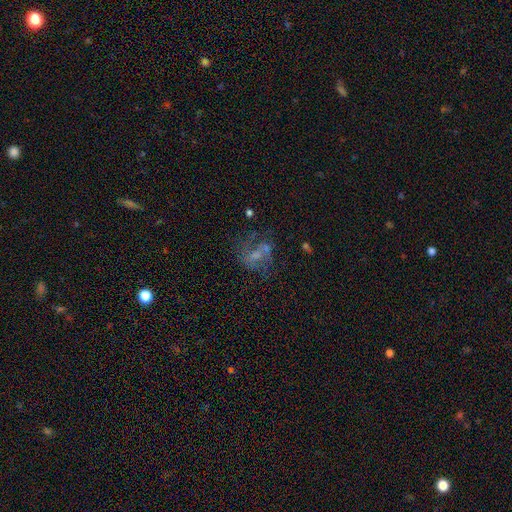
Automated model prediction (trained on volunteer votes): Smooth or featured?
  - featured or disk: 57% *
  - smooth: 27%
  - star or artifact: 16%
Edge-on disk?
  - no: 97% *
  - yes: 3%
Bar?
  - no: 59% *
  - weak: 33%
  - strong: 8%
Spiral arms?
  - yes: 58% *
  - no: 42%
Bulge size?
  - moderate: 35% *
  - small: 34%
  - none: 24%
  - large: 5%
  - dominant: 2%
Merging?
  - none: 38% *
  - major disturbance: 26%
  - merger: 18%
  - minor disturbance: 17%